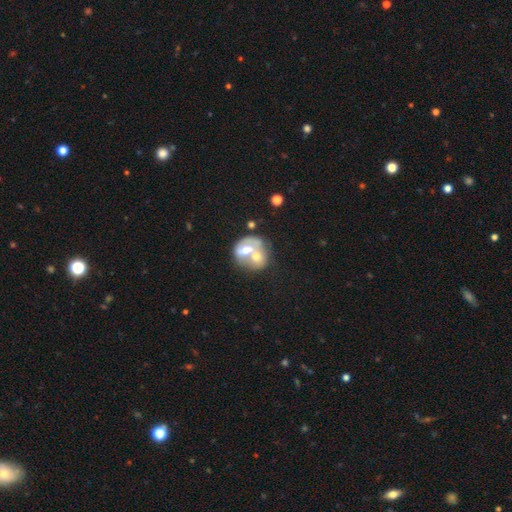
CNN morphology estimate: smooth-or-featured: featured or disk: 49% | smooth: 43% | star or artifact: 8%
  merging: merger: 73% | none: 15% | minor disturbance: 7% | major disturbance: 6%